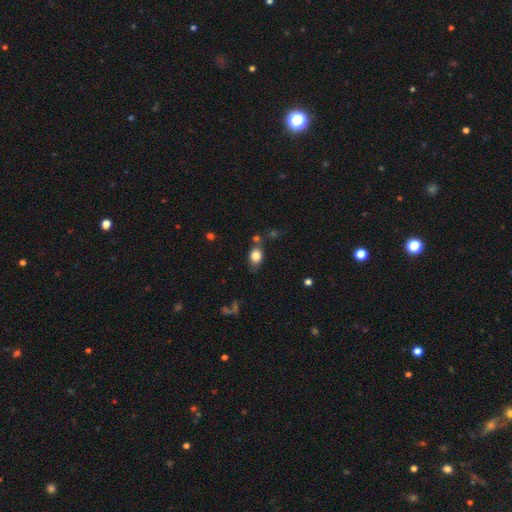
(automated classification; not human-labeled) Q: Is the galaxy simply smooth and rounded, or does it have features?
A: smooth — 82%.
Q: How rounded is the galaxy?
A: in between — 63%.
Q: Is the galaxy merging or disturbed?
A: none — 62%.